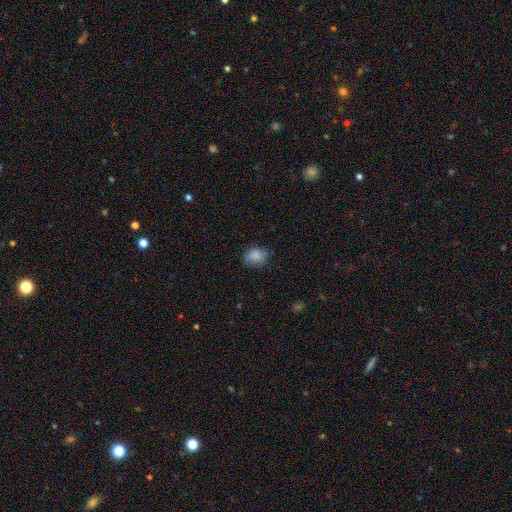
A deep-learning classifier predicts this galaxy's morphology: smooth-or-featured: smooth: 85% | star or artifact: 9% | featured or disk: 6%
  how-rounded: round: 52% | in between: 47% | cigar-shaped: 1%
  merging: none: 72% | minor disturbance: 22% | major disturbance: 5% | merger: 1%